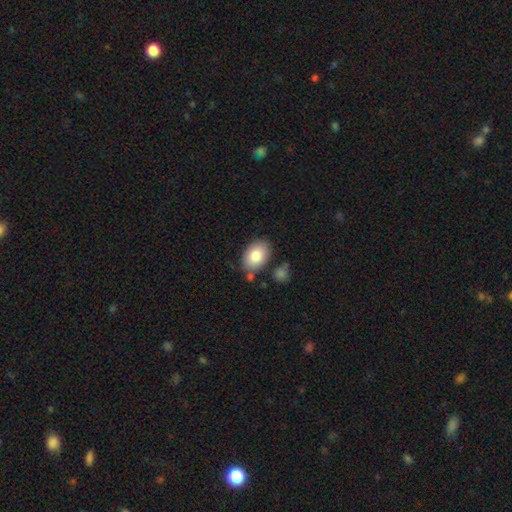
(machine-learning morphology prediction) Smooth or featured? smooth (83%)
How rounded? in between (87%)
Merging? none (75%)